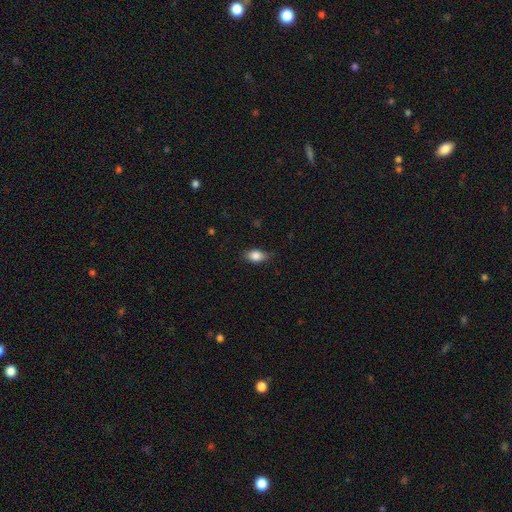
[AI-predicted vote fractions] Q: Smooth or featured?
A: smooth (85%); runner-up: star or artifact (8%)
Q: How rounded?
A: in between (83%); runner-up: round (14%)
Q: Merging?
A: none (77%); runner-up: minor disturbance (19%)